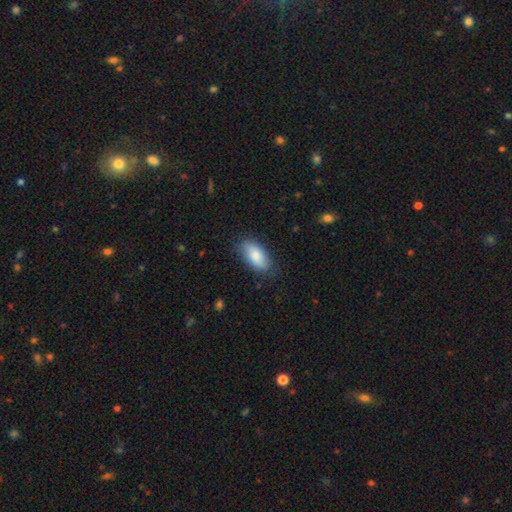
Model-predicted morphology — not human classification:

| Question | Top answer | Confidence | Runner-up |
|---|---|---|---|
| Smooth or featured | smooth | 83% | featured or disk (11%) |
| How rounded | in between | 92% | cigar-shaped (6%) |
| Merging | none | 81% | minor disturbance (15%) |